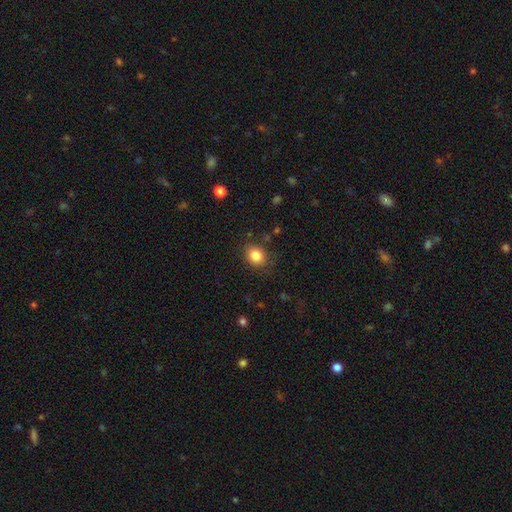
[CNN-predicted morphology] Overall: smooth (84%). How rounded: round (61%; in between 38%). Merging: none (84%).